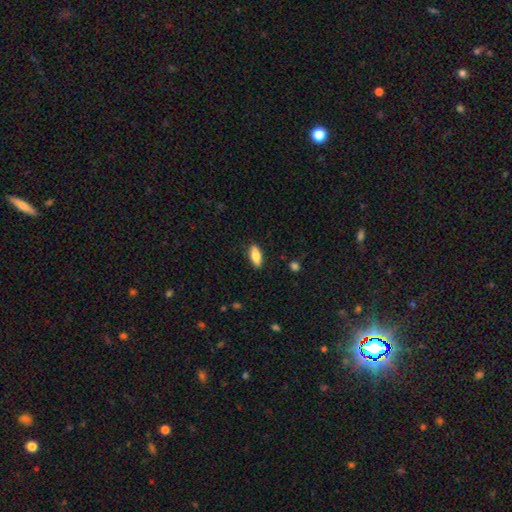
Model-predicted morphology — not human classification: Q: Smooth or featured?
A: smooth (79%); runner-up: featured or disk (15%)
Q: How rounded?
A: in between (76%); runner-up: cigar-shaped (22%)
Q: Merging?
A: none (87%); runner-up: minor disturbance (9%)